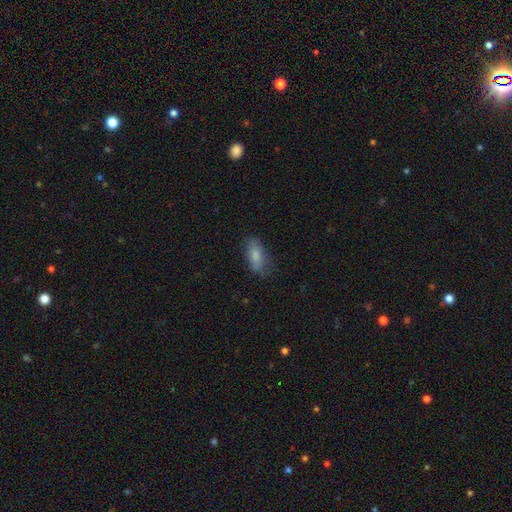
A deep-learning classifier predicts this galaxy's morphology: smooth-or-featured: smooth: 79% | featured or disk: 14% | star or artifact: 7%
  how-rounded: in between: 82% | cigar-shaped: 15% | round: 3%
  merging: none: 65% | minor disturbance: 25% | major disturbance: 8% | merger: 2%